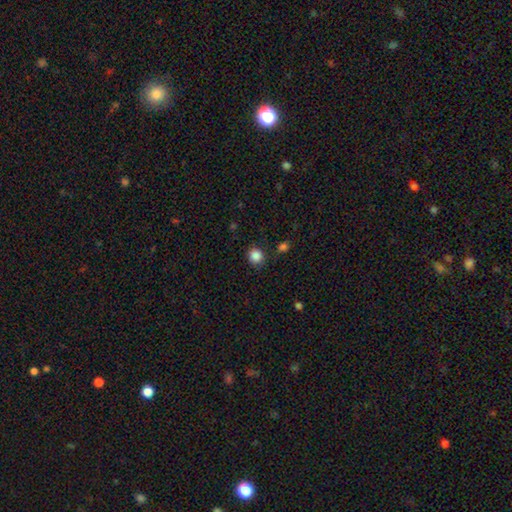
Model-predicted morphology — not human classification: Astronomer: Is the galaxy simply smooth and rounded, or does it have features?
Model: smooth — 86%.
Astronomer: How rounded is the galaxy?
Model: round — 87%.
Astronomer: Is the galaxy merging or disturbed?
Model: none — 84%.